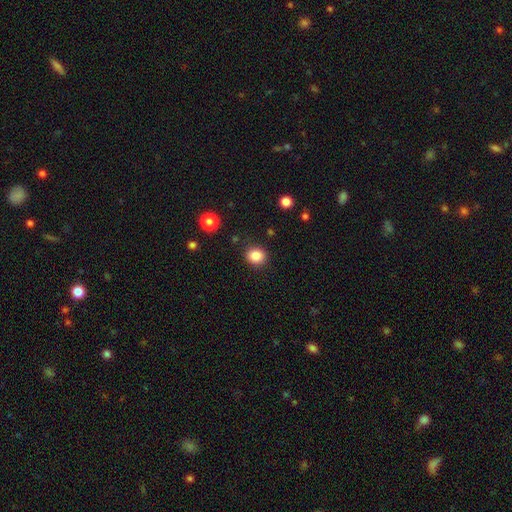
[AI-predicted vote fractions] Overall: smooth (85%). How rounded: round (78%). Merging: none (88%).